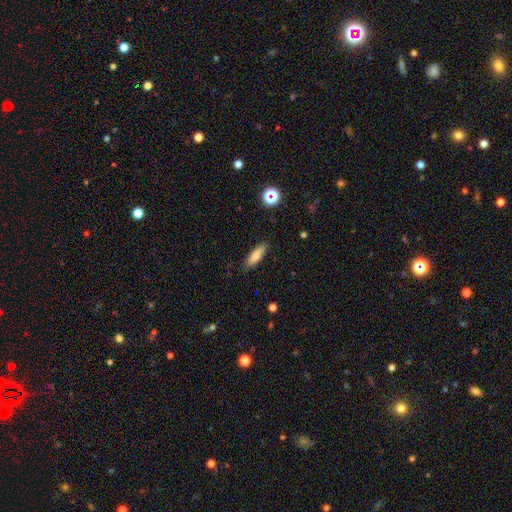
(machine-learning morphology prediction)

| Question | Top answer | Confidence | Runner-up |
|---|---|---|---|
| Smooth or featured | smooth | 80% | featured or disk (12%) |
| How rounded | cigar-shaped | 51% | in between (47%) |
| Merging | none | 85% | minor disturbance (11%) |